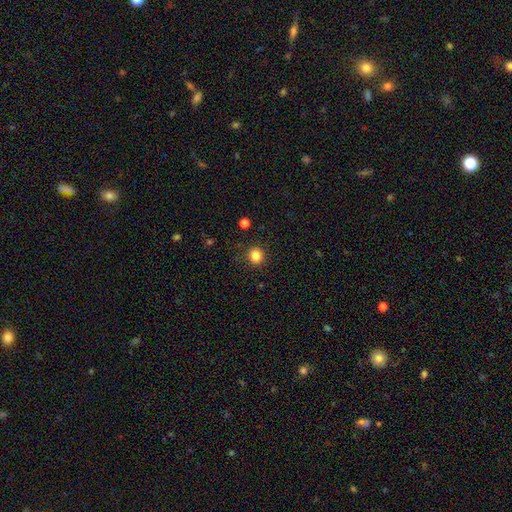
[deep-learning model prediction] smooth_or_featured: smooth (p=0.84) [alt: star or artifact p=0.12]
how_rounded: round (p=0.87) [alt: in between p=0.12]
merging: none (p=0.88) [alt: minor disturbance p=0.08]